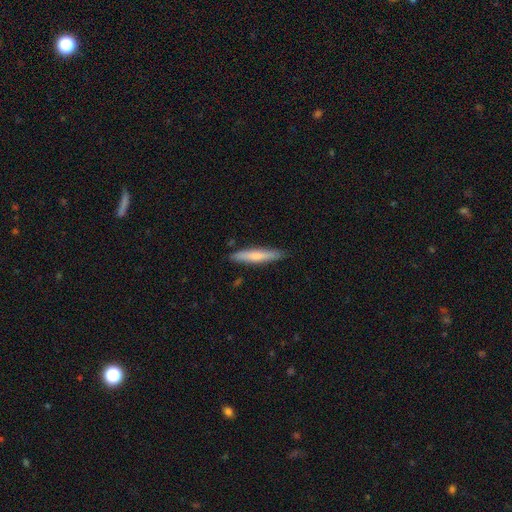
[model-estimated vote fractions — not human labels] This is likely a smooth galaxy (68%). How rounded: clearly cigar-shaped (91%). Merging: clearly none (87%).